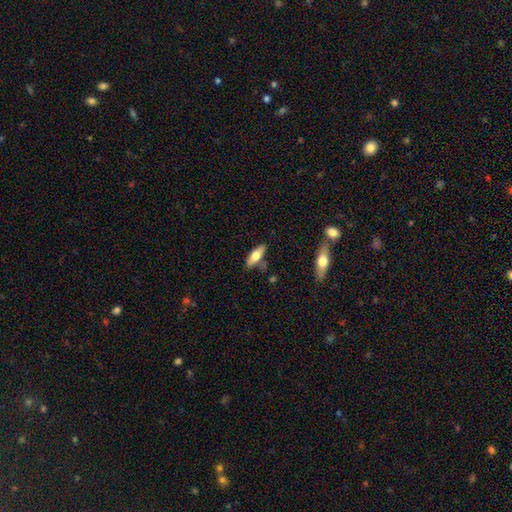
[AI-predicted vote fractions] A smooth galaxy with no disk features (66%) that is in between round and cigar-shaped (65%).

Vote fractions:
- Smooth or featured? smooth: 66% / featured or disk: 27% / star or artifact: 6%
- How rounded? in between: 65% / cigar-shaped: 33% / round: 2%
- Merging? none: 72% / minor disturbance: 17% / merger: 7% / major disturbance: 4%